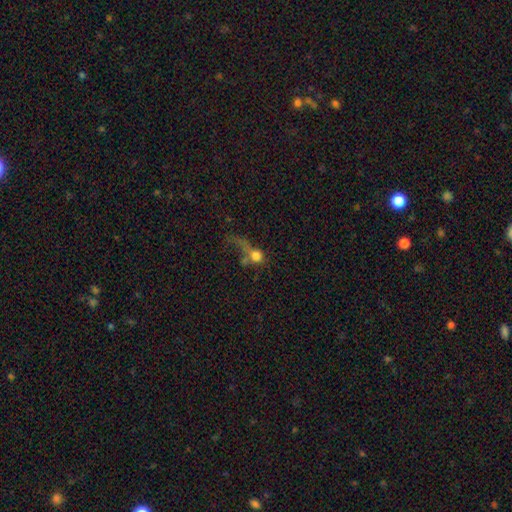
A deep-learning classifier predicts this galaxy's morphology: Smooth or featured?
  - smooth: 63% *
  - featured or disk: 20%
  - star or artifact: 17%
How rounded?
  - round: 71% *
  - in between: 23%
  - cigar-shaped: 5%
Merging?
  - major disturbance: 41% *
  - none: 24%
  - merger: 23%
  - minor disturbance: 12%